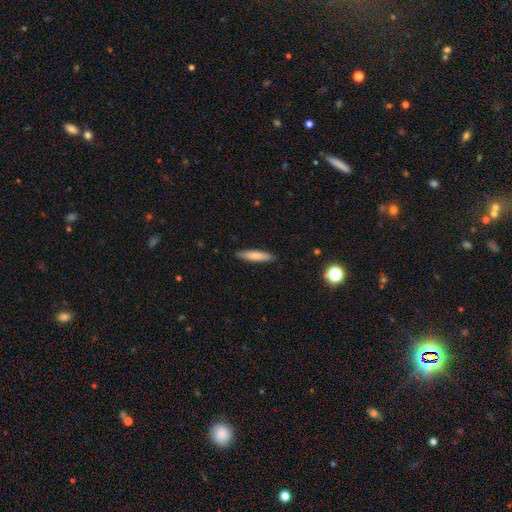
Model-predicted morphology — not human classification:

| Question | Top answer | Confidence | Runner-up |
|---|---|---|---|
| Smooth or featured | smooth | 76% | featured or disk (18%) |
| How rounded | cigar-shaped | 84% | in between (15%) |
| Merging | none | 90% | minor disturbance (8%) |